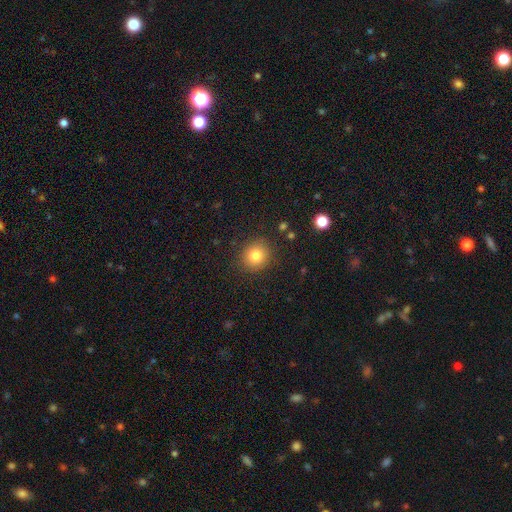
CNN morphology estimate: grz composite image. It shows a smooth galaxy with no disk features (81%) that is round (85%). Merging: none (88%).